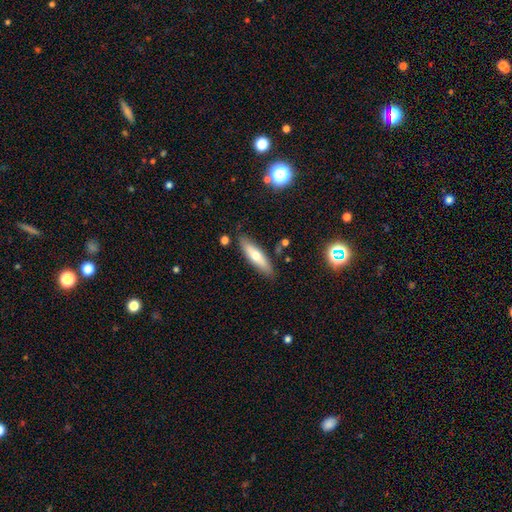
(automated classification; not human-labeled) This is likely a smooth galaxy (61%). How rounded: likely cigar-shaped (63%). Merging: clearly none (84%).